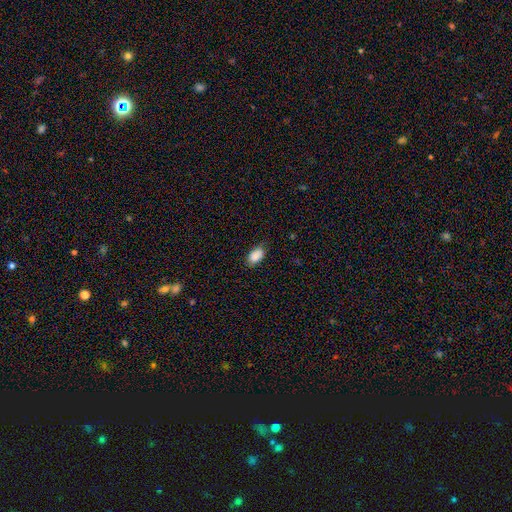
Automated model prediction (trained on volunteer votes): smooth_or_featured: smooth (p=0.88) [alt: star or artifact p=0.08]
how_rounded: in between (p=0.92) [alt: round p=0.06]
merging: none (p=0.71) [alt: minor disturbance p=0.23]